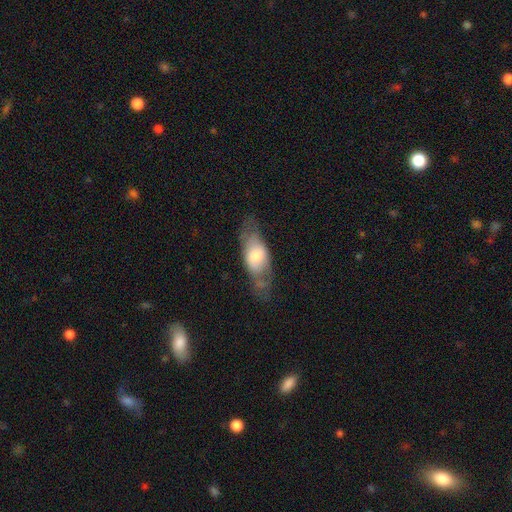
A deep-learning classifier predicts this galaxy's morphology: smooth-or-featured: smooth: 54% | featured or disk: 40% | star or artifact: 7%
  how-rounded: in between: 79% | cigar-shaped: 17% | round: 5%
  merging: none: 55% | minor disturbance: 26% | major disturbance: 16% | merger: 3%